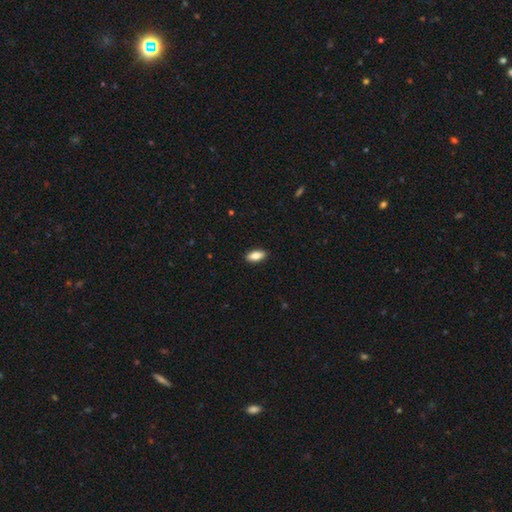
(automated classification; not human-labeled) Smooth or featured? smooth (82%)
How rounded? in between (85%)
Merging? none (90%)